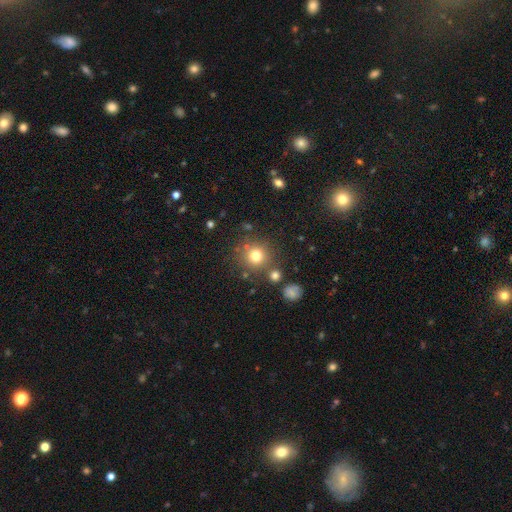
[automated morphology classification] Q: Smooth or featured?
A: smooth (76%); runner-up: star or artifact (15%)
Q: How rounded?
A: round (93%); runner-up: in between (6%)
Q: Merging?
A: none (79%); runner-up: minor disturbance (9%)